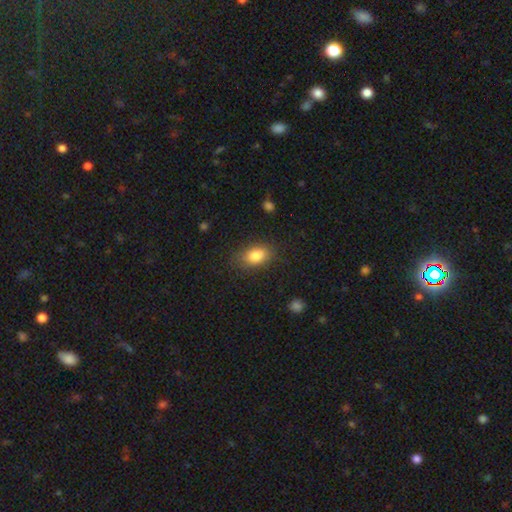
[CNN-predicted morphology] type=smooth (83%); roundness=in between (85%); merging=none (80%).